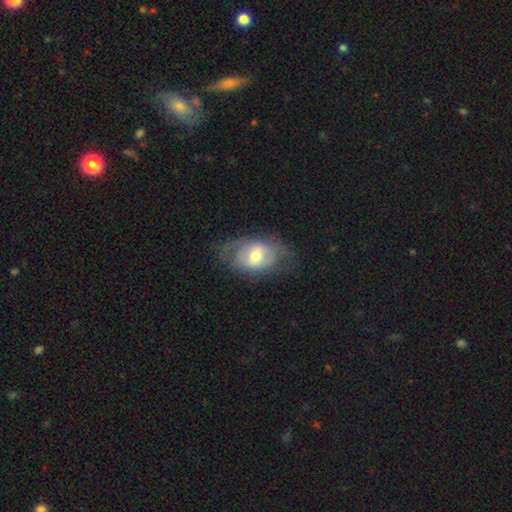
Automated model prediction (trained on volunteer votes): This appears to be a featured or disk galaxy (52%). Merging: none (59%).